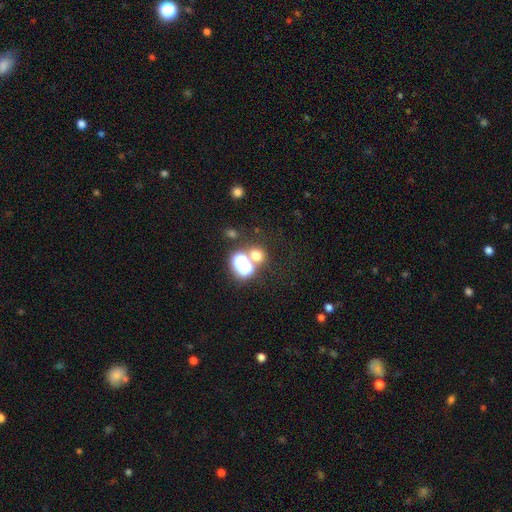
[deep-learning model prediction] This is possibly a smooth galaxy (58%). How rounded: likely round (74%). Merging: likely none (61%).